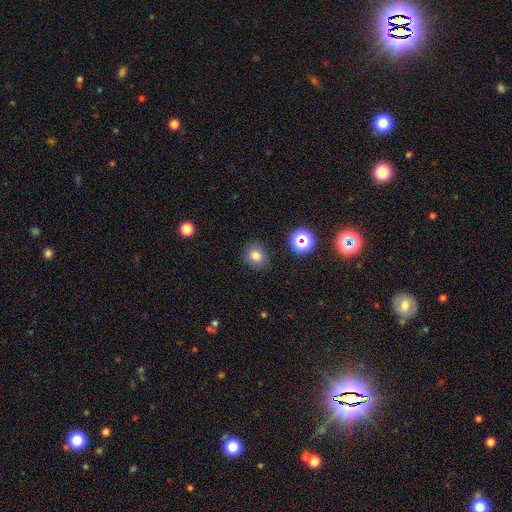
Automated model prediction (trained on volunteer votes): Smooth or featured?
  - smooth: 79% *
  - star or artifact: 15%
  - featured or disk: 6%
How rounded?
  - round: 76% *
  - in between: 23%
  - cigar-shaped: 1%
Merging?
  - none: 85% *
  - minor disturbance: 10%
  - major disturbance: 3%
  - merger: 2%